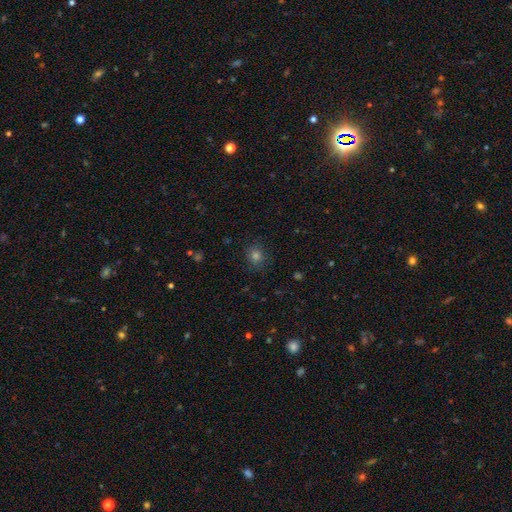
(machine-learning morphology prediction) Q: Smooth or featured?
A: smooth (72%); runner-up: star or artifact (21%)
Q: How rounded?
A: round (79%); runner-up: in between (20%)
Q: Merging?
A: none (87%); runner-up: minor disturbance (9%)